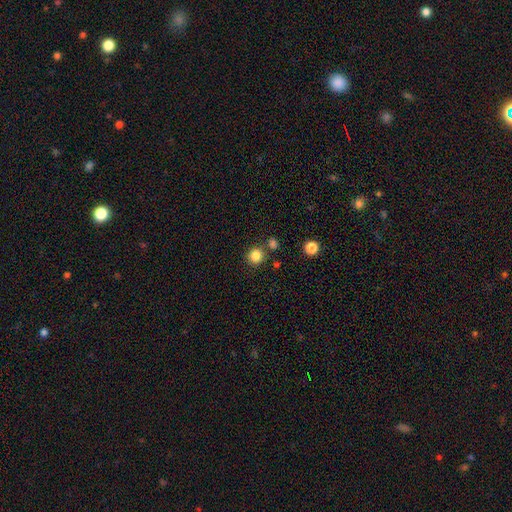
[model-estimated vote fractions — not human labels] smooth-or-featured: smooth: 84% | star or artifact: 12% | featured or disk: 4%
  how-rounded: round: 92% | in between: 7% | cigar-shaped: 1%
  merging: none: 81% | merger: 9% | minor disturbance: 8% | major disturbance: 3%